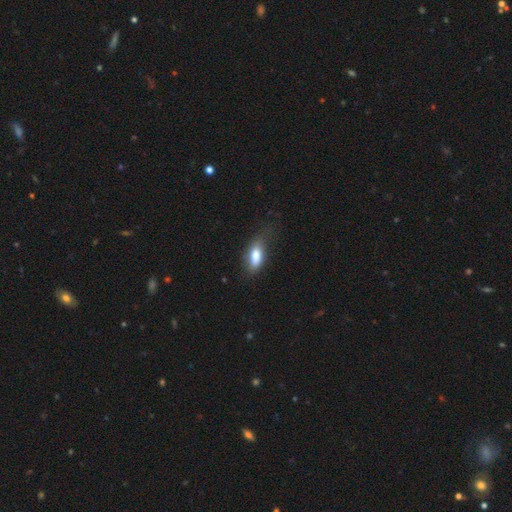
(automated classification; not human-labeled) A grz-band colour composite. It shows a smooth galaxy with no disk features (80%) that is in between round and cigar-shaped (81%). Merging: none (53%).